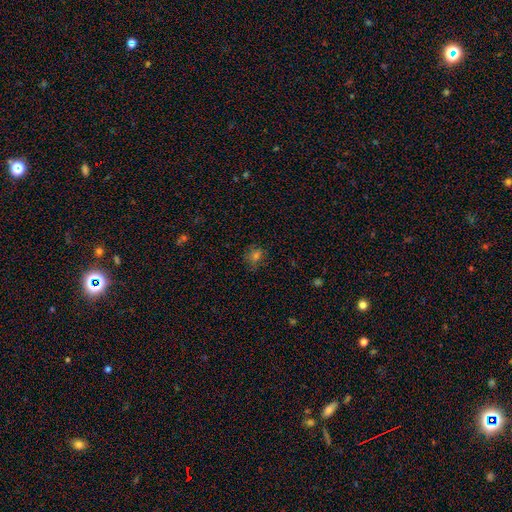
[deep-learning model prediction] The model was most divided on "smooth or featured": smooth: 60%, star or artifact: 28%, featured or disk: 12%. More confident: merging — none (75%); how rounded — round (70%).